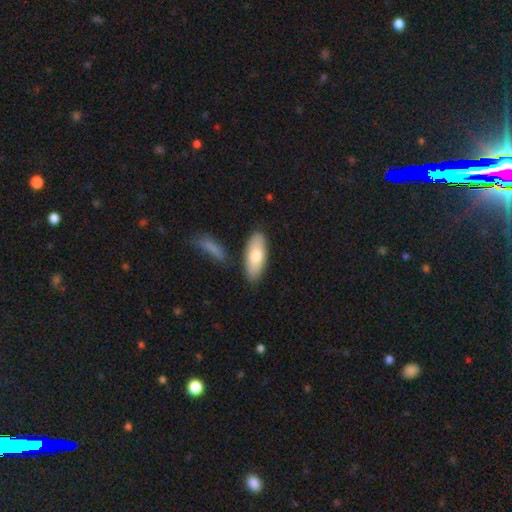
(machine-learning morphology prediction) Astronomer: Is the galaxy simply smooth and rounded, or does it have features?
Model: smooth — 73%.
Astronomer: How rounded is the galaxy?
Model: in between — 79%.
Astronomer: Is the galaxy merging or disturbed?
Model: none — 81%.